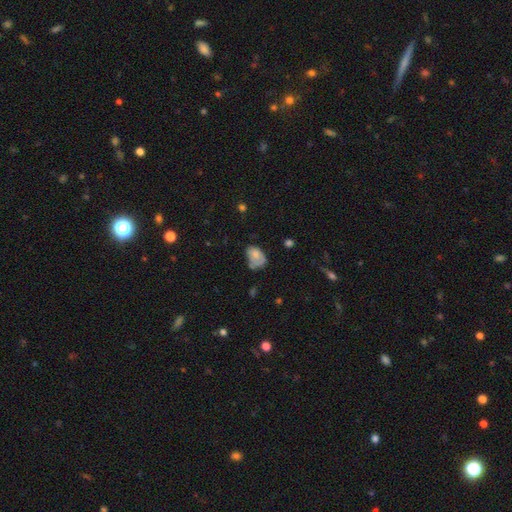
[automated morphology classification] This is likely a smooth galaxy (67%). How rounded: likely in between (80%). Merging: marginally none (36%).